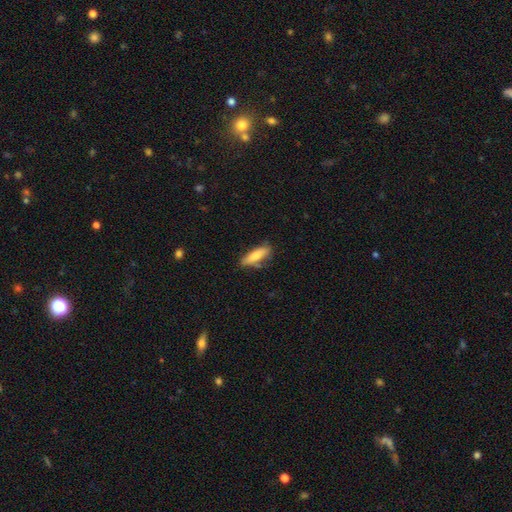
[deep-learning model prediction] Morphology: type=smooth (77%); roundness=cigar-shaped (53%); merging=none (72%).